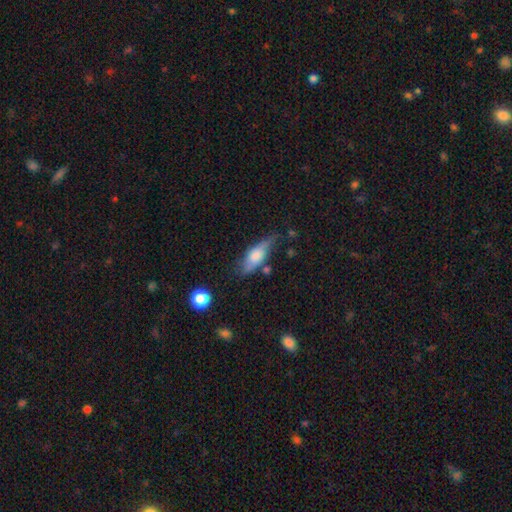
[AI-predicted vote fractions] Smooth or featured?
  - smooth: 57% *
  - featured or disk: 36%
  - star or artifact: 8%
How rounded?
  - in between: 56% *
  - cigar-shaped: 41%
  - round: 3%
Merging?
  - none: 61% *
  - minor disturbance: 27%
  - major disturbance: 8%
  - merger: 5%